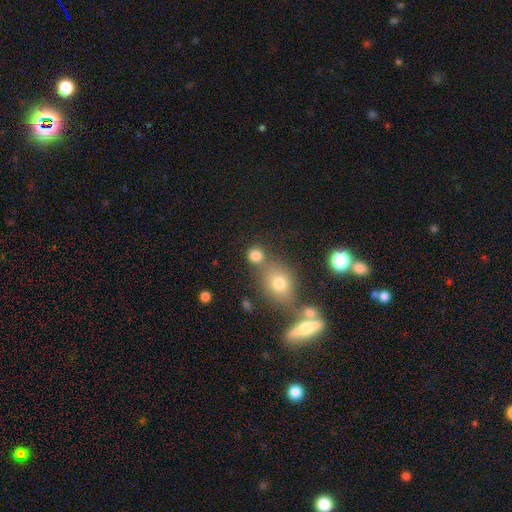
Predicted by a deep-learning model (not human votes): The model was most divided on "merging": none: 61%, merger: 25%, minor disturbance: 9%, major disturbance: 5%. More confident: how rounded — round (81%); smooth or featured — smooth (77%).